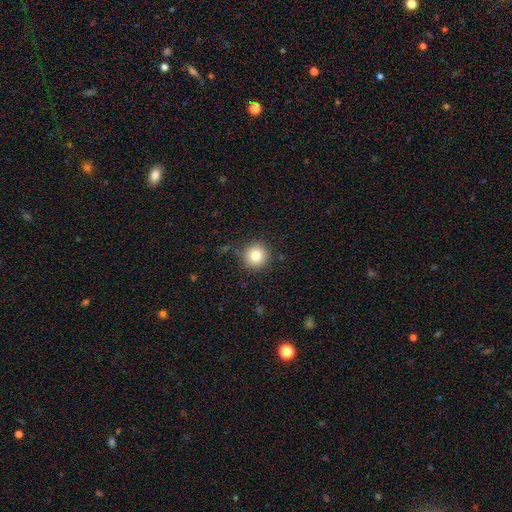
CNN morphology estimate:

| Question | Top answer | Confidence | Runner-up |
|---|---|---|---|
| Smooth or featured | smooth | 81% | star or artifact (11%) |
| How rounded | round | 95% | in between (4%) |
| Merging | none | 89% | minor disturbance (8%) |